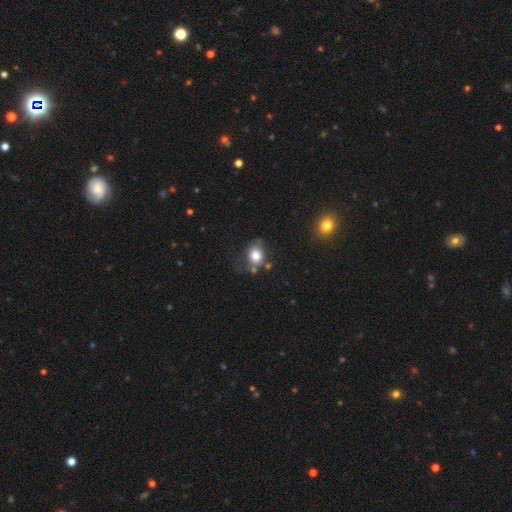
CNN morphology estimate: Q: Smooth or featured?
A: smooth (76%); runner-up: featured or disk (15%)
Q: How rounded?
A: in between (51%); runner-up: round (47%)
Q: Merging?
A: none (50%); runner-up: minor disturbance (27%)